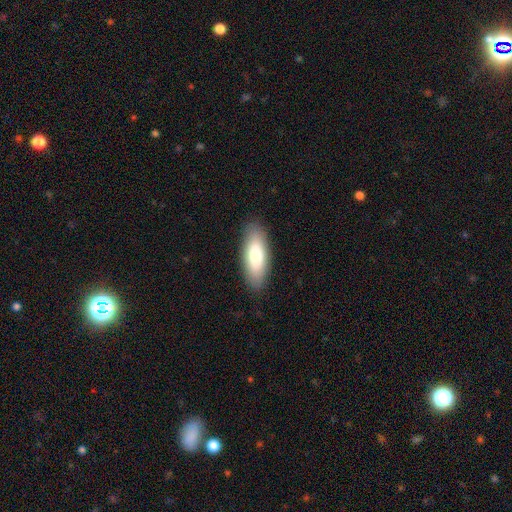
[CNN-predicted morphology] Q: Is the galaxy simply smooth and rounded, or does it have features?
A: smooth — 78%.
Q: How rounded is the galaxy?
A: in between — 75%.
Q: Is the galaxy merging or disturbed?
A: none — 88%.